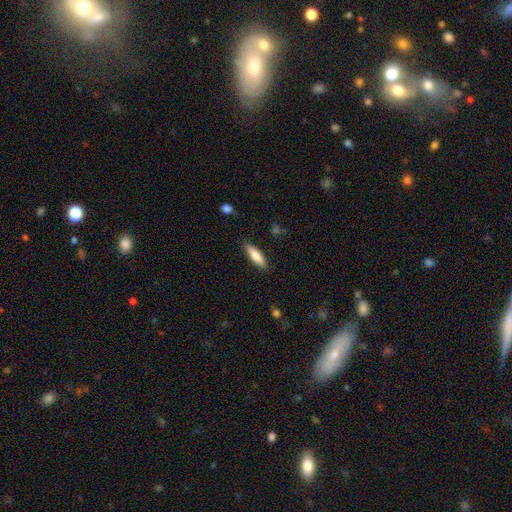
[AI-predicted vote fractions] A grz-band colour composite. It shows a smooth galaxy with no disk features (80%) that is cigar-shaped (61%). Merging: none (88%).